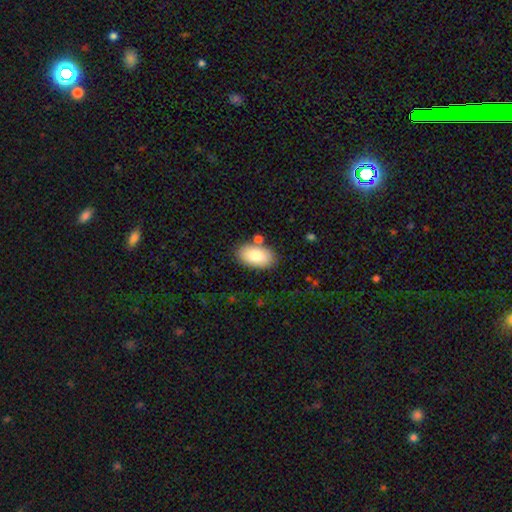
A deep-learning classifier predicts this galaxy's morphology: Smooth or featured? Predicted: smooth (p=0.80). How rounded? Predicted: in between (p=0.94). Merging? Predicted: none (p=0.79).